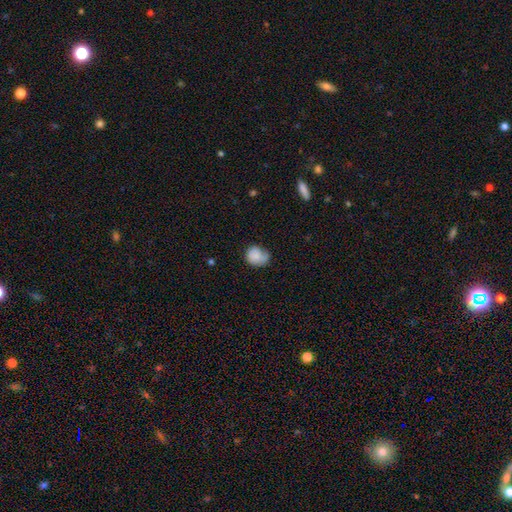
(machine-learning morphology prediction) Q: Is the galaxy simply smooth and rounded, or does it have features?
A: smooth — 74%.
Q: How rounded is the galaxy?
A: round — 64%.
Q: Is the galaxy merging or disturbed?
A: none — 45%.